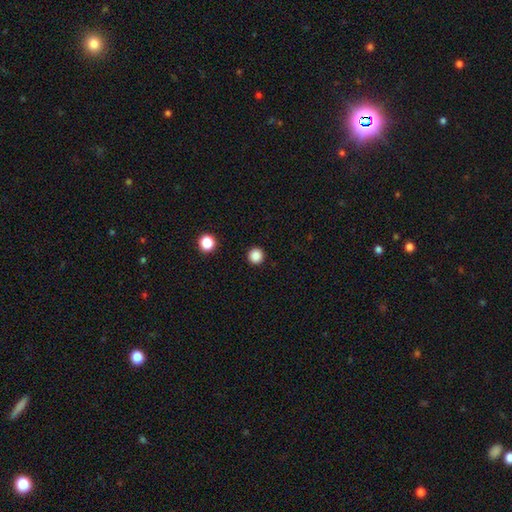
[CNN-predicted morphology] Smooth or featured?
  - smooth: 86% *
  - star or artifact: 11%
  - featured or disk: 3%
How rounded?
  - round: 96% *
  - in between: 3%
  - cigar-shaped: 1%
Merging?
  - none: 93% *
  - minor disturbance: 4%
  - major disturbance: 2%
  - merger: 1%